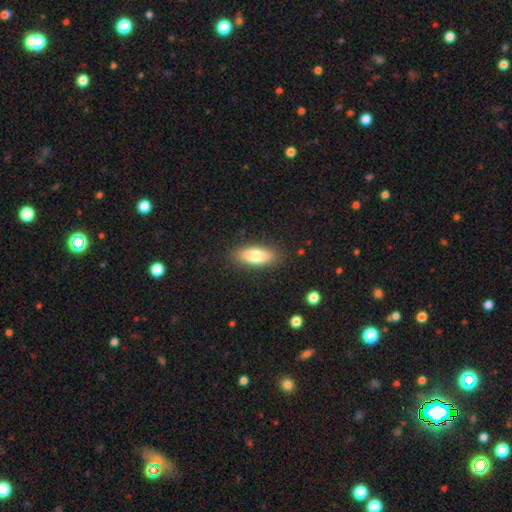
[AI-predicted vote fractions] This is likely a smooth galaxy (78%). How rounded: likely in between (72%). Merging: clearly none (87%).